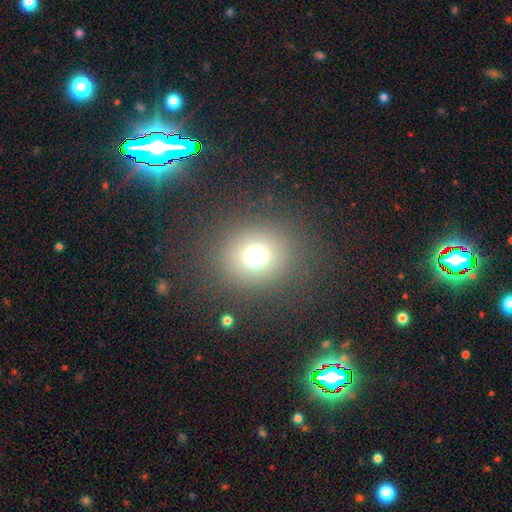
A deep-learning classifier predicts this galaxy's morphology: The model was most divided on "smooth or featured": smooth: 71%, star or artifact: 20%, featured or disk: 9%. More confident: merging — none (85%); how rounded — round (81%).